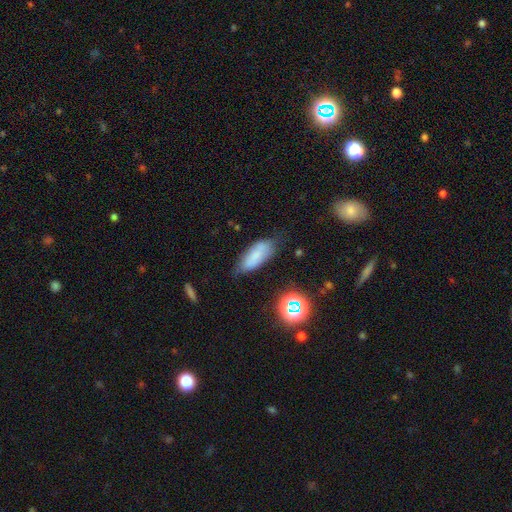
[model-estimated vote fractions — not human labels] Overall: smooth (72%). How rounded: in between (77%). Merging: none (58%; minor disturbance 30%).